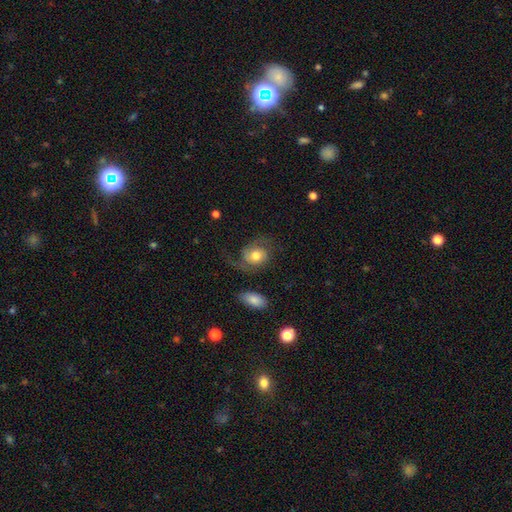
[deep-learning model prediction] featured or disk 64%, smooth 29%, star or artifact 7%. Down the decision tree: edge-on disk — no (97%); bar — no (73%); spiral arms — yes (90%); spiral arm count — 2 (81%); spiral winding — medium (42%, tied with loose); bulge size — moderate (66%); merging — none (52%).